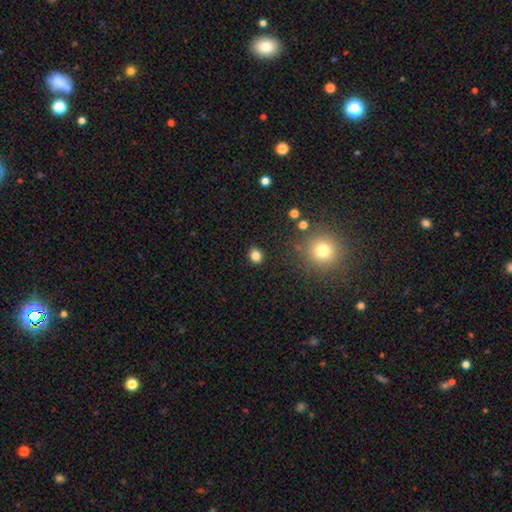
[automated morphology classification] Smooth or featured?
  - smooth: 82% *
  - star or artifact: 13%
  - featured or disk: 5%
How rounded?
  - round: 69% *
  - in between: 30%
  - cigar-shaped: 1%
Merging?
  - none: 87% *
  - minor disturbance: 8%
  - major disturbance: 3%
  - merger: 2%